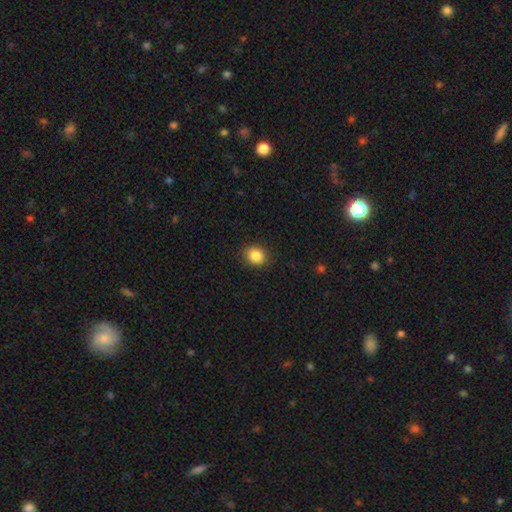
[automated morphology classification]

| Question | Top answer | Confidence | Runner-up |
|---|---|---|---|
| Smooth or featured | smooth | 85% | star or artifact (10%) |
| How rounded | round | 71% | in between (28%) |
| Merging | none | 88% | minor disturbance (8%) |